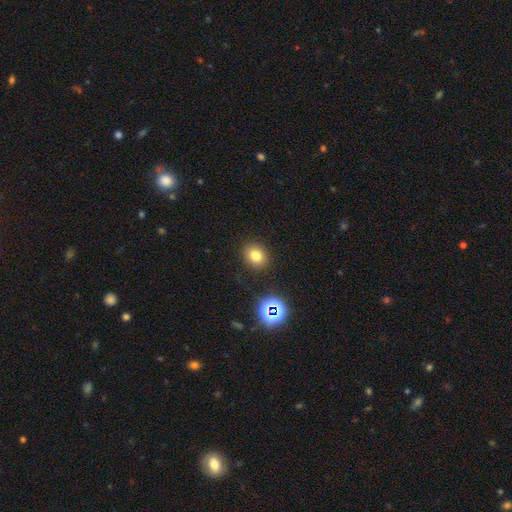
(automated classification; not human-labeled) smooth-or-featured: smooth: 75% | star or artifact: 17% | featured or disk: 8%
  how-rounded: round: 63% | in between: 36% | cigar-shaped: 1%
  merging: none: 88% | minor disturbance: 8% | major disturbance: 3% | merger: 2%